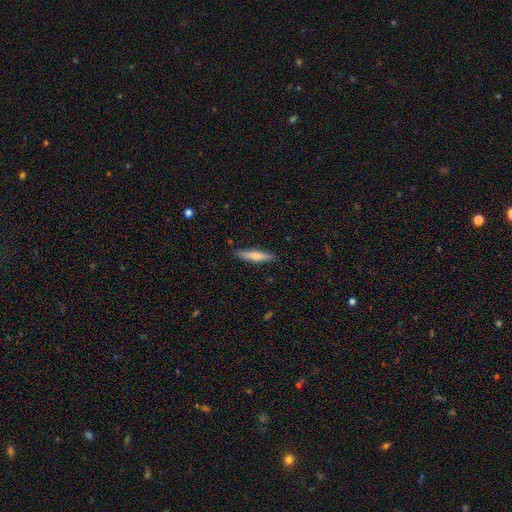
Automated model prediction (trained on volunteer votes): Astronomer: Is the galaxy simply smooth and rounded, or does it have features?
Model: smooth — 62%.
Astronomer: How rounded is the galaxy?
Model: cigar-shaped — 85%.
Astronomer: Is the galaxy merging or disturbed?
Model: none — 89%.